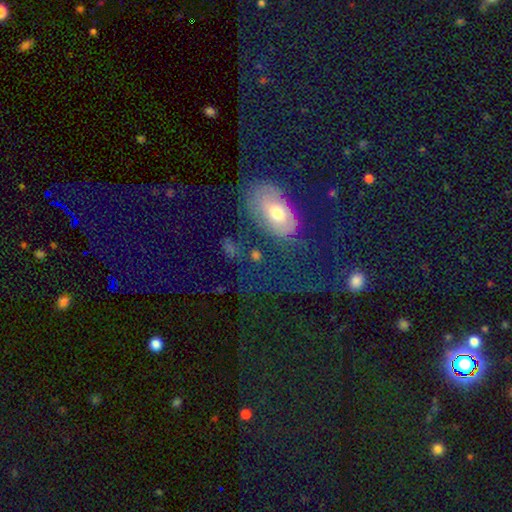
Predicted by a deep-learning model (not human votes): This is possibly a smooth galaxy (49%). Merging: possibly none (56%).